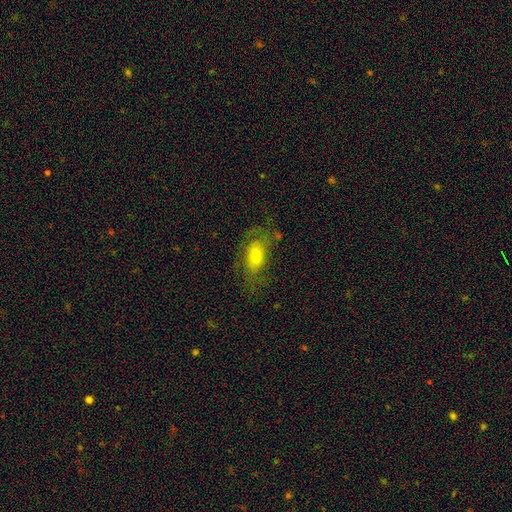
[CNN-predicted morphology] This is possibly a smooth galaxy (58%). How rounded: clearly in between (87%). Merging: possibly none (57%).